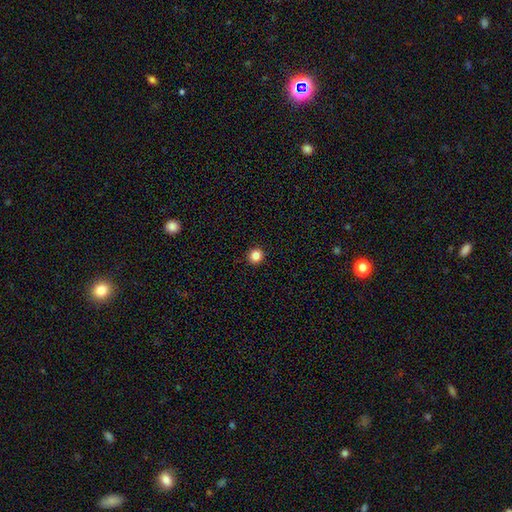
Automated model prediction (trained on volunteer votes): Q: Smooth or featured?
A: smooth (85%); runner-up: star or artifact (12%)
Q: How rounded?
A: round (94%); runner-up: in between (5%)
Q: Merging?
A: none (93%); runner-up: minor disturbance (4%)